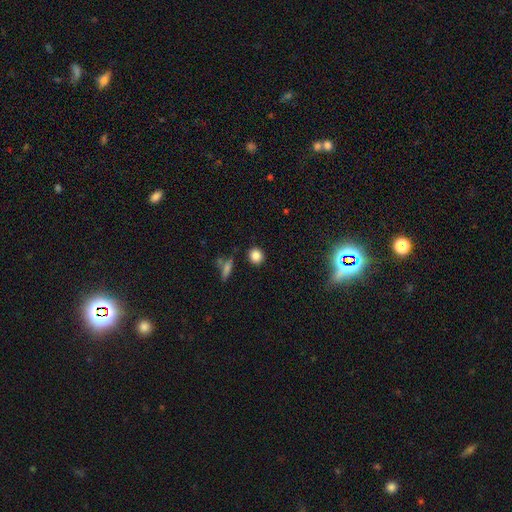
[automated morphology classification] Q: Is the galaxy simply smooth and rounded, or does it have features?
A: smooth — 85%.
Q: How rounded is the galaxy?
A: round — 85%.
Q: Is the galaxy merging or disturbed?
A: none — 86%.